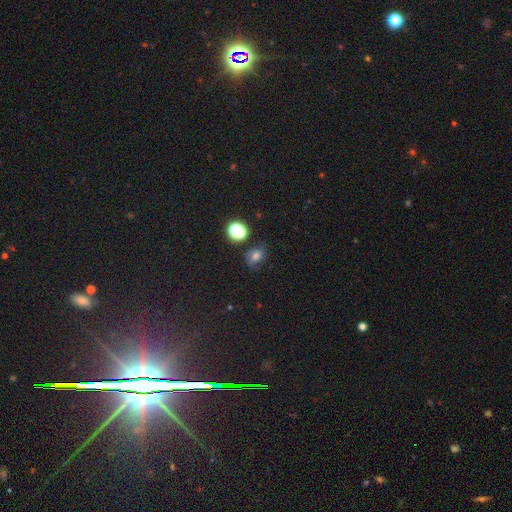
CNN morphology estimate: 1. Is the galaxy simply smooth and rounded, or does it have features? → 67% smooth, 22% star or artifact, 11% featured or disk.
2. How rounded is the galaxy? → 58% in between, 41% round, 1% cigar-shaped.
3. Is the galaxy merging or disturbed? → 67% none, 21% minor disturbance, 7% major disturbance, 5% merger.